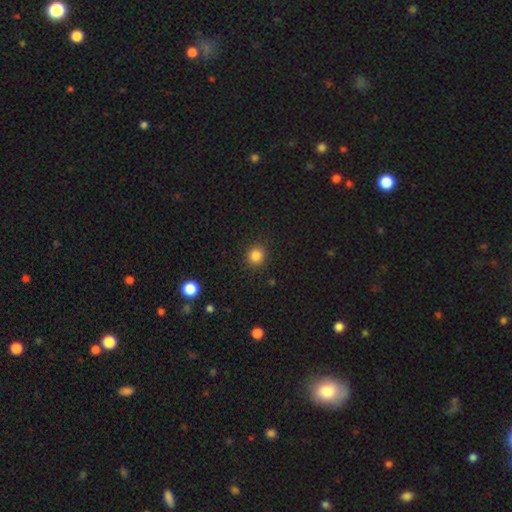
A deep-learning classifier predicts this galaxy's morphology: Smooth or featured? smooth (84%)
How rounded? round (90%)
Merging? none (89%)